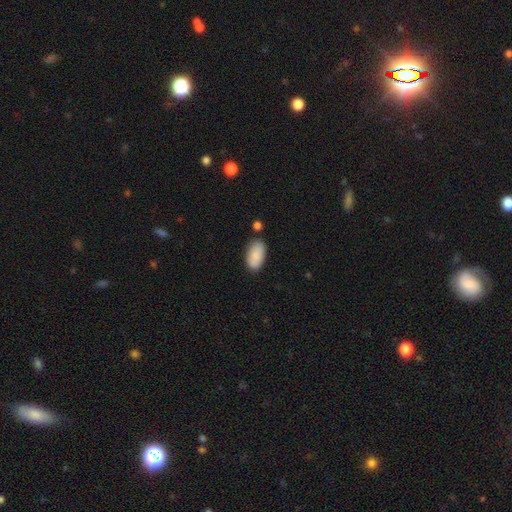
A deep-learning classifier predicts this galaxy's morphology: Smooth or featured? smooth (87%)
How rounded? in between (95%)
Merging? none (77%)